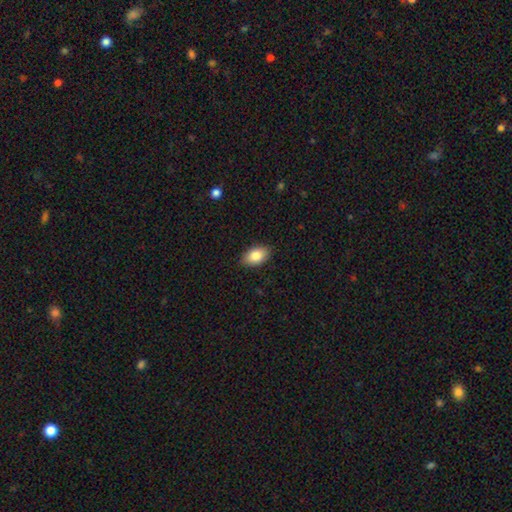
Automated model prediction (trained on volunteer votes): A smooth galaxy with no disk features (85%) that is in between round and cigar-shaped (92%).

Vote fractions:
- Smooth or featured? smooth: 85% / featured or disk: 8% / star or artifact: 7%
- How rounded? in between: 92% / round: 7% / cigar-shaped: 1%
- Merging? none: 88% / minor disturbance: 9% / major disturbance: 2% / merger: 1%